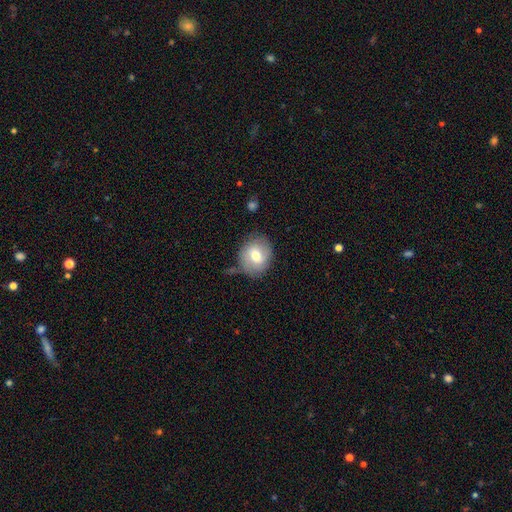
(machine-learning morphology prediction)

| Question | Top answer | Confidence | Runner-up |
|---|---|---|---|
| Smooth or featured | smooth | 68% | featured or disk (25%) |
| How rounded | round | 67% | in between (32%) |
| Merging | none | 70% | minor disturbance (20%) |